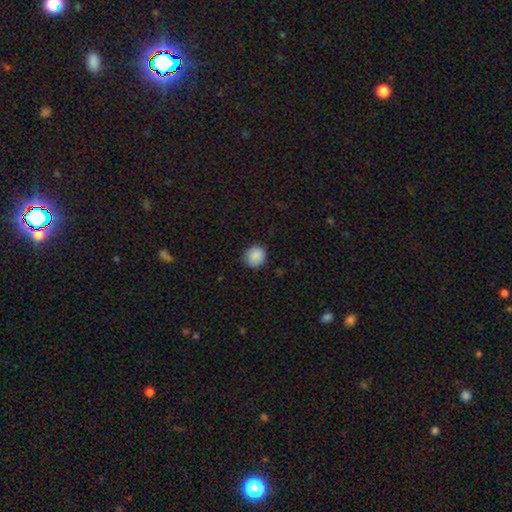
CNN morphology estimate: Smooth or featured? smooth (87%)
How rounded? round (86%)
Merging? none (82%)